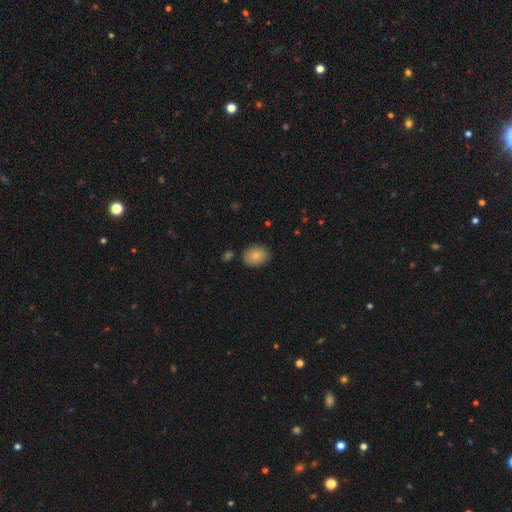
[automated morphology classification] A smooth galaxy with no disk features (82%) that is in between round and cigar-shaped (59%).

Vote fractions:
- Smooth or featured? smooth: 82% / featured or disk: 10% / star or artifact: 8%
- How rounded? in between: 59% / round: 40% / cigar-shaped: 1%
- Merging? none: 81% / minor disturbance: 14% / major disturbance: 3% / merger: 3%